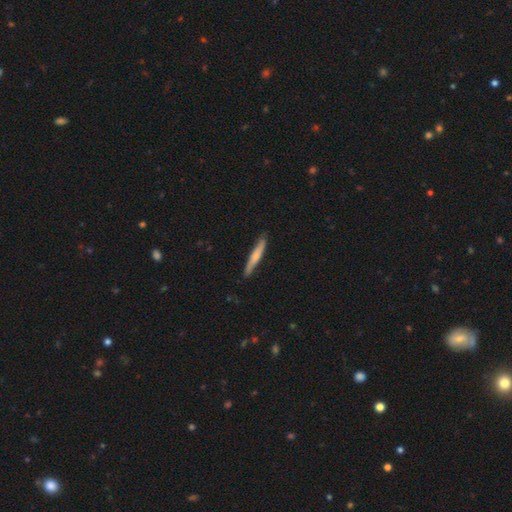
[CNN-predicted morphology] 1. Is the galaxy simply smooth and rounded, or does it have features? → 61% smooth, 34% featured or disk, 5% star or artifact.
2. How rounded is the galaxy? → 94% cigar-shaped, 4% in between, 1% round.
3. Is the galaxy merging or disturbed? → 84% none, 13% minor disturbance, 2% major disturbance, 1% merger.